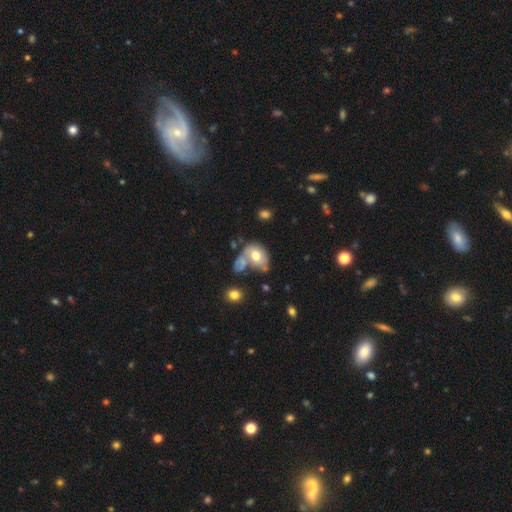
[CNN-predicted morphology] This appears to be a smooth galaxy with no disk features (62%) that is in between round and cigar-shaped (72%). Merging: merger (40%).